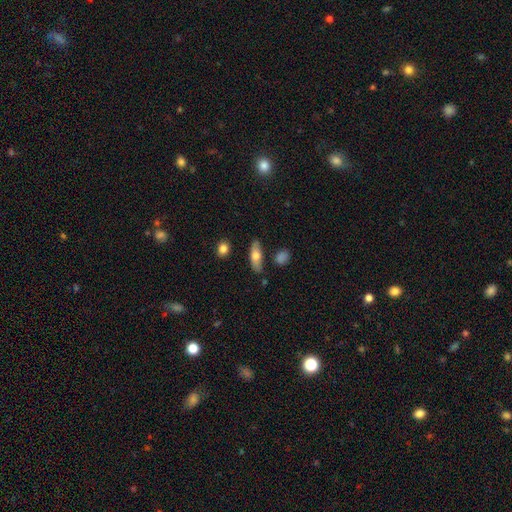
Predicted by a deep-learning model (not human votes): The model was most divided on "how rounded": in between: 65%, cigar-shaped: 31%, round: 4%. More confident: merging — none (79%); smooth or featured — smooth (67%).